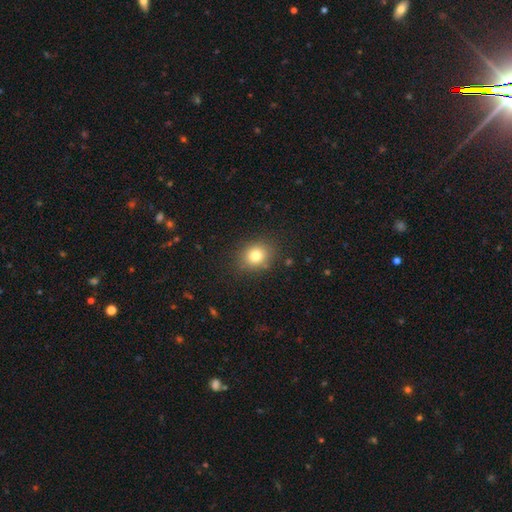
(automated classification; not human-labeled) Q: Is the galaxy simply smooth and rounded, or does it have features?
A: smooth — 79%.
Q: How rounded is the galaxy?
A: round — 66%.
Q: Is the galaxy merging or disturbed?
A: none — 85%.